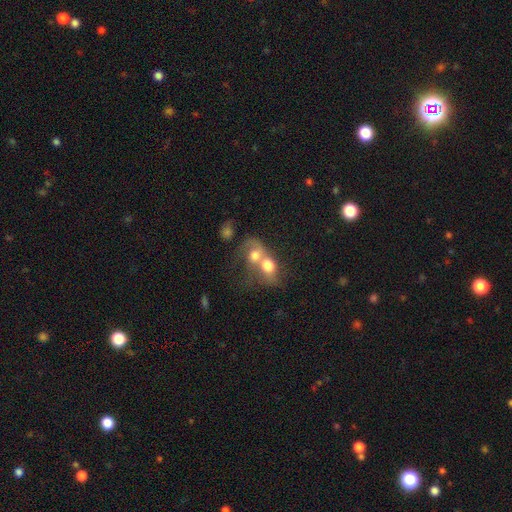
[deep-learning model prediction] smooth 48%, featured or disk 33%, star or artifact 18%. Down the decision tree: merging — merger (71%).